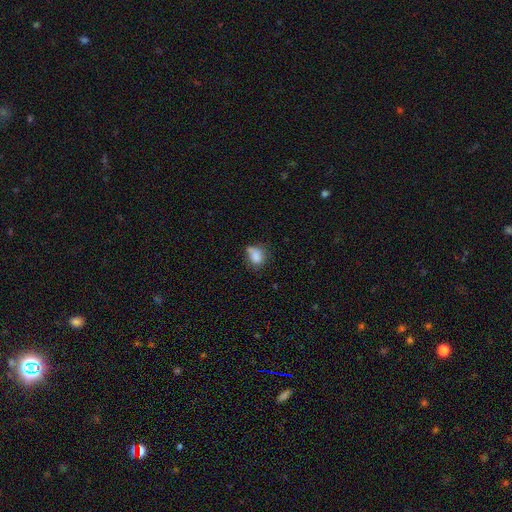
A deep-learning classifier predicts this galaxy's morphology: Smooth or featured?
  - smooth: 79% *
  - star or artifact: 10%
  - featured or disk: 10%
How rounded?
  - in between: 62% *
  - round: 36%
  - cigar-shaped: 2%
Merging?
  - none: 41% *
  - minor disturbance: 32%
  - major disturbance: 14%
  - merger: 12%